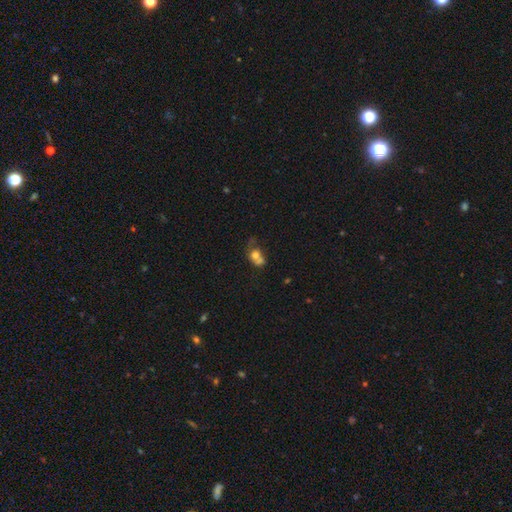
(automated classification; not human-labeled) Morphology: type=smooth (66%); roundness=round (61%); merging=merger (54%).